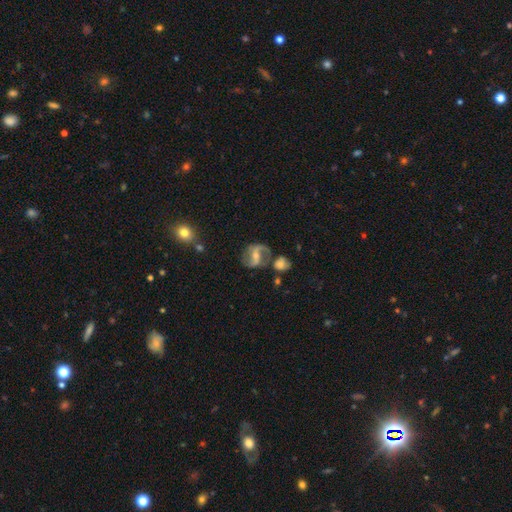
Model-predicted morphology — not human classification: Q: Smooth or featured?
A: featured or disk (82%); runner-up: smooth (11%)
Q: Edge-on disk?
A: no (97%); runner-up: yes (3%)
Q: Bar?
A: strong (44%); runner-up: weak (37%)
Q: Spiral arms?
A: yes (93%); runner-up: no (7%)
Q: Spiral winding?
A: medium (44%); runner-up: loose (43%)
Q: Spiral arm count?
A: 2 (89%); runner-up: 1 (4%)
Q: Bulge size?
A: small (48%); runner-up: moderate (46%)
Q: Merging?
A: none (63%); runner-up: minor disturbance (16%)